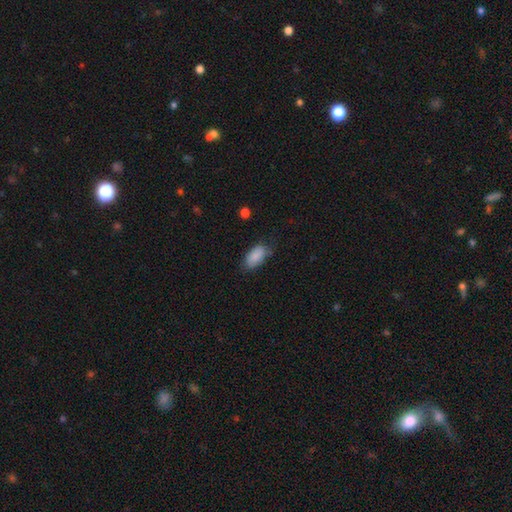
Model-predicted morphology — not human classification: Q: Smooth or featured?
A: smooth (86%); runner-up: star or artifact (7%)
Q: How rounded?
A: in between (93%); runner-up: cigar-shaped (4%)
Q: Merging?
A: none (71%); runner-up: minor disturbance (22%)